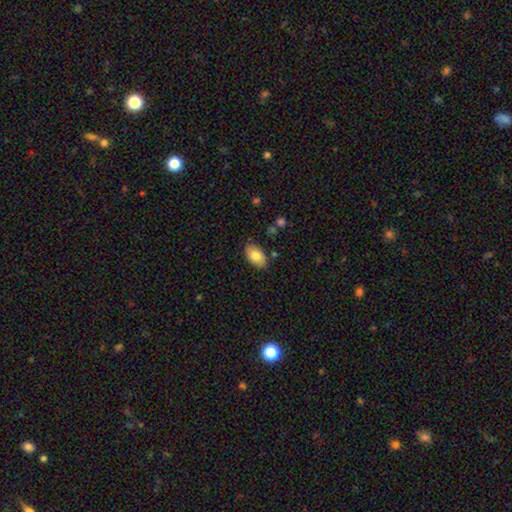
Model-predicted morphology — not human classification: The model was most divided on "smooth or featured": smooth: 81%, featured or disk: 13%, star or artifact: 7%. More confident: how rounded — in between (94%); merging — none (84%).